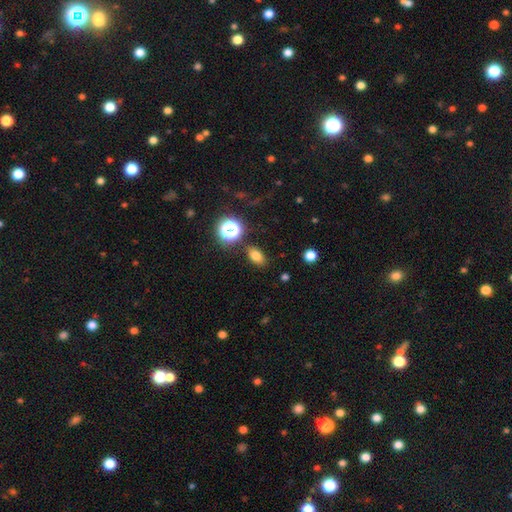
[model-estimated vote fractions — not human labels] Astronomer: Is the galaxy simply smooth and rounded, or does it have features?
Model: smooth — 76%.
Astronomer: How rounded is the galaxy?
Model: in between — 80%.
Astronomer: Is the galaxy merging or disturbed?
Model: none — 84%.